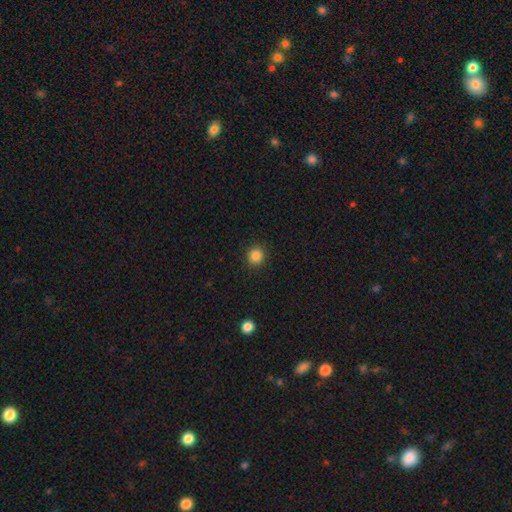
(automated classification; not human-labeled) smooth-or-featured: smooth: 85% | star or artifact: 11% | featured or disk: 3%
  how-rounded: round: 91% | in between: 8% | cigar-shaped: 1%
  merging: none: 91% | minor disturbance: 6% | major disturbance: 2% | merger: 1%